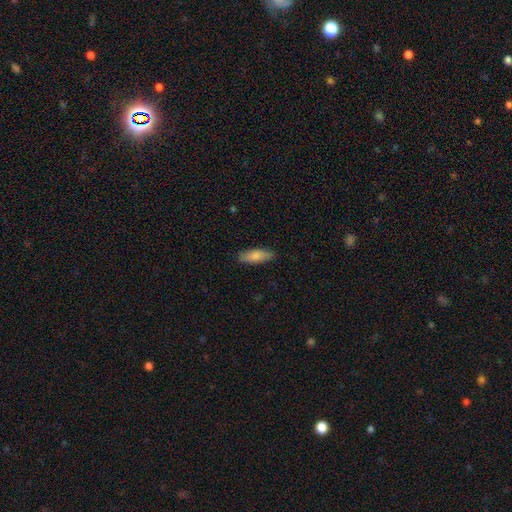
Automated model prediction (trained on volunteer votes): This appears to be a smooth galaxy with no disk features (81%) that is in between round and cigar-shaped (66%). Merging: none (87%).